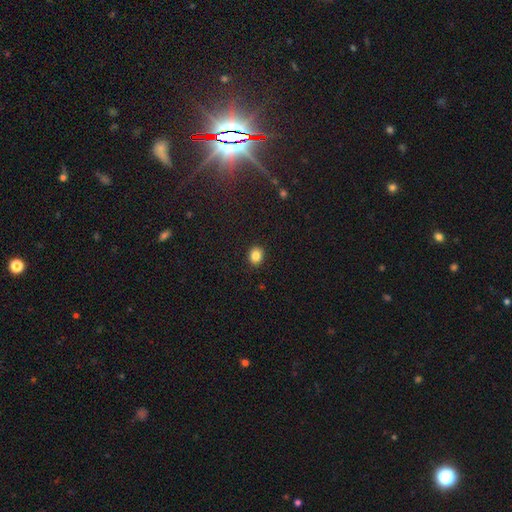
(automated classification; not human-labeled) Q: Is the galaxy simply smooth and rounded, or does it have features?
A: smooth — 85%.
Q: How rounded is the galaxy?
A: round — 55%.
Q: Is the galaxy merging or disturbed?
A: none — 90%.